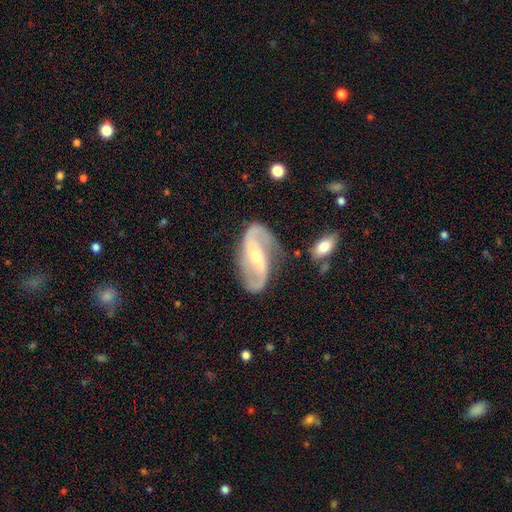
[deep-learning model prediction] Q: Smooth or featured?
A: featured or disk (90%); runner-up: smooth (6%)
Q: Edge-on disk?
A: no (97%); runner-up: yes (3%)
Q: Bar?
A: strong (37%); runner-up: weak (36%)
Q: Spiral arms?
A: yes (97%); runner-up: no (3%)
Q: Spiral winding?
A: loose (55%); runner-up: medium (34%)
Q: Spiral arm count?
A: 2 (93%); runner-up: can't tell (2%)
Q: Bulge size?
A: small (59%); runner-up: moderate (36%)
Q: Merging?
A: none (78%); runner-up: minor disturbance (14%)